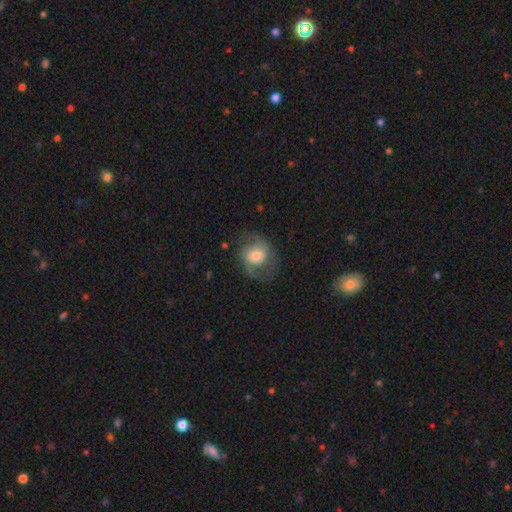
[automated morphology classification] A featured or disk galaxy (62%) with no bar (56%), spiral arms (84%) and a moderate central bulge (55%).

Vote fractions:
- Smooth or featured? featured or disk: 62% / smooth: 31% / star or artifact: 7%
- Edge-on disk? no: 97% / yes: 3%
- Bar? no: 56% / weak: 35% / strong: 10%
- Spiral arms? yes: 84% / no: 16%
- Bulge size? moderate: 55% / large: 23% / small: 17% / dominant: 3% / none: 2%
- Merging? none: 68% / minor disturbance: 17% / major disturbance: 13% / merger: 1%